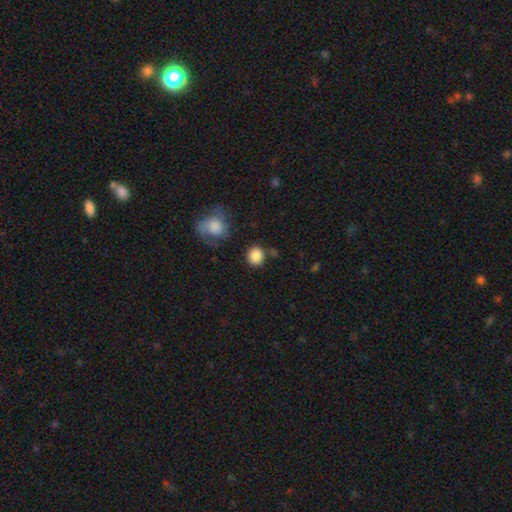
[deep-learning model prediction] The model was most divided on "merging": none: 75%, minor disturbance: 11%, merger: 8%, major disturbance: 6%. More confident: smooth or featured — smooth (86%); how rounded — round (86%).